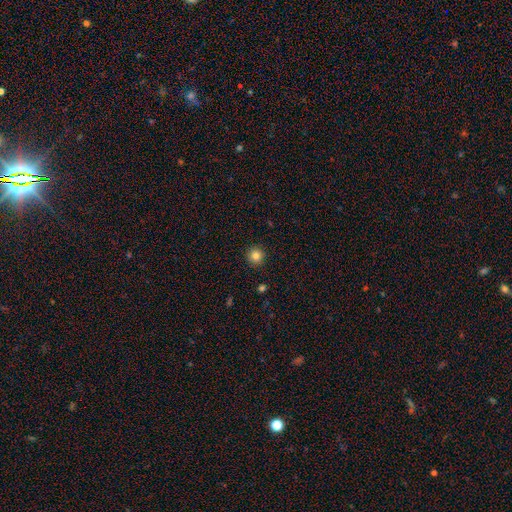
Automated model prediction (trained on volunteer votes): Smooth or featured? smooth (84%)
How rounded? round (95%)
Merging? none (93%)